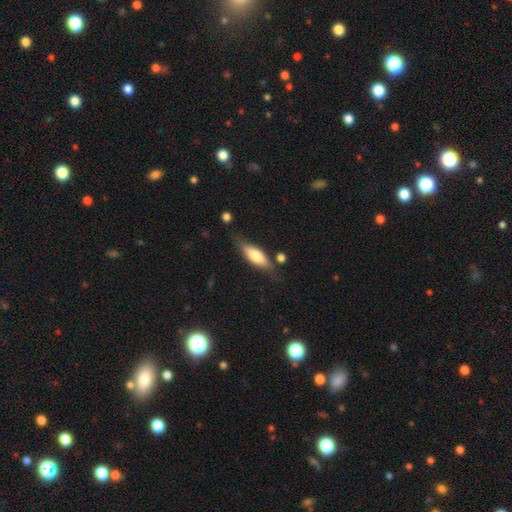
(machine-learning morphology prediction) smooth-or-featured: smooth: 62% | featured or disk: 32% | star or artifact: 6%
  how-rounded: in between: 56% | cigar-shaped: 41% | round: 2%
  merging: none: 71% | minor disturbance: 19% | major disturbance: 5% | merger: 5%